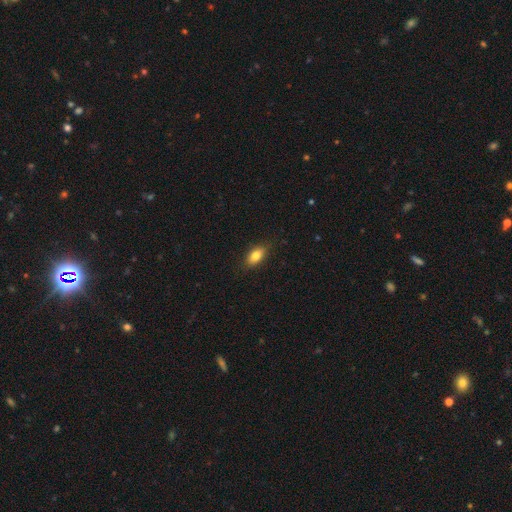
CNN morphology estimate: Smooth or featured: smooth — 81% (featured or disk — 11%)
How rounded: in between — 85% (round — 8%)
Merging: none — 83% (minor disturbance — 13%)